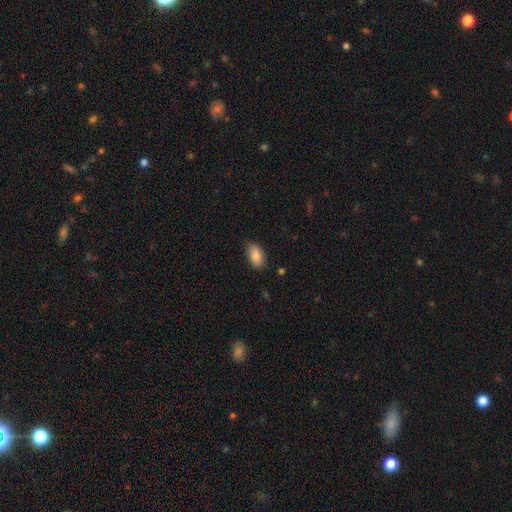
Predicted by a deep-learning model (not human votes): This is clearly a smooth galaxy (86%). How rounded: clearly in between (92%). Merging: likely none (80%).